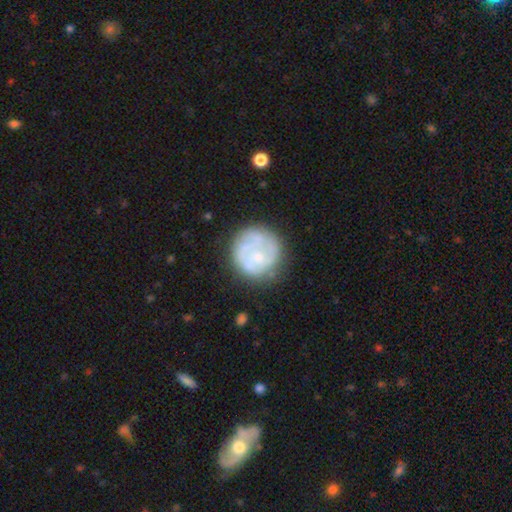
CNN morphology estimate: Smooth or featured? Predicted: featured or disk (p=0.55). Edge-on disk? Predicted: no (p=0.98). Bar? Predicted: no (p=0.83). Spiral arms? Predicted: yes (p=0.50, tied with no). Bulge size? Predicted: small (p=0.57). Merging? Predicted: none (p=0.70).